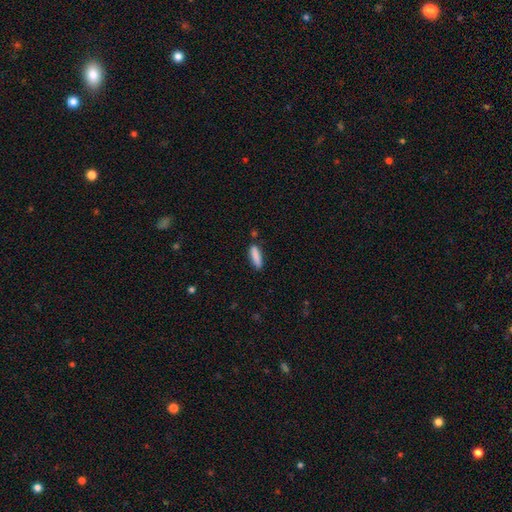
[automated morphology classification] Overall: smooth (87%). How rounded: cigar-shaped (66%; in between 32%). Merging: none (82%).